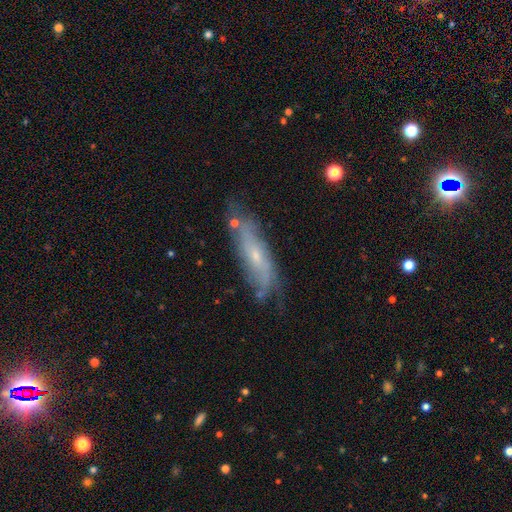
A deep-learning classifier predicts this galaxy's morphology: Smooth or featured? Predicted: featured or disk (p=0.65). Edge-on disk? Predicted: no (p=0.67). Merging? Predicted: none (p=0.65).